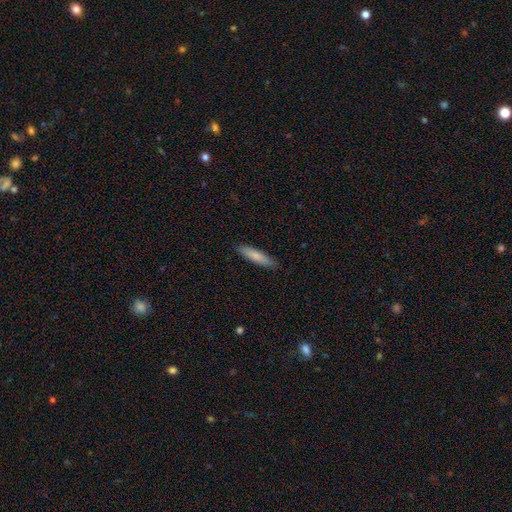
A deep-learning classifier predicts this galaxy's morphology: Smooth or featured? Predicted: smooth (p=0.79). How rounded? Predicted: cigar-shaped (p=0.80). Merging? Predicted: none (p=0.88).